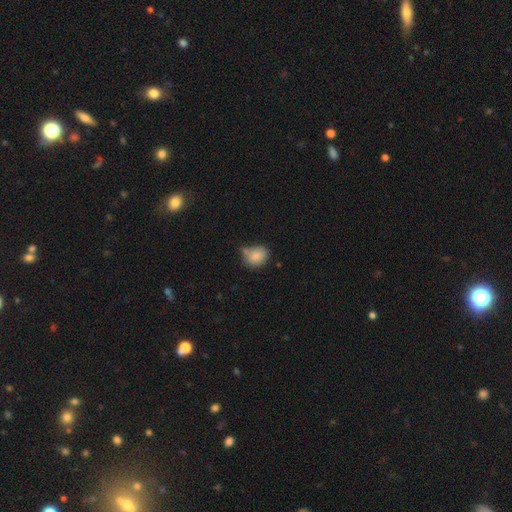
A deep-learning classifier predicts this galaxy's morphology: A smooth galaxy with no disk features (84%) that is round (50%).

Vote fractions:
- Smooth or featured? smooth: 84% / star or artifact: 9% / featured or disk: 7%
- How rounded? round: 50% / in between: 49% / cigar-shaped: 1%
- Merging? none: 54% / minor disturbance: 26% / merger: 14% / major disturbance: 7%